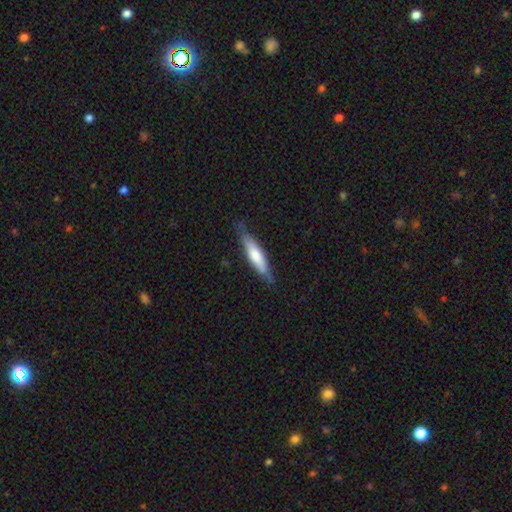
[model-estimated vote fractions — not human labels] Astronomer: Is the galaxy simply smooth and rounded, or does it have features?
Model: smooth — 63%.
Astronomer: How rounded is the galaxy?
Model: cigar-shaped — 77%.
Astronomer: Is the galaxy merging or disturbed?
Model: none — 75%.